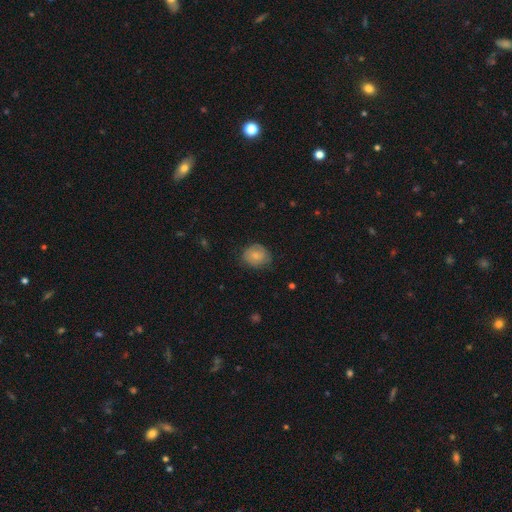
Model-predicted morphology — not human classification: Smooth or featured? Predicted: smooth (p=0.72). How rounded? Predicted: round (p=0.64). Merging? Predicted: none (p=0.70).